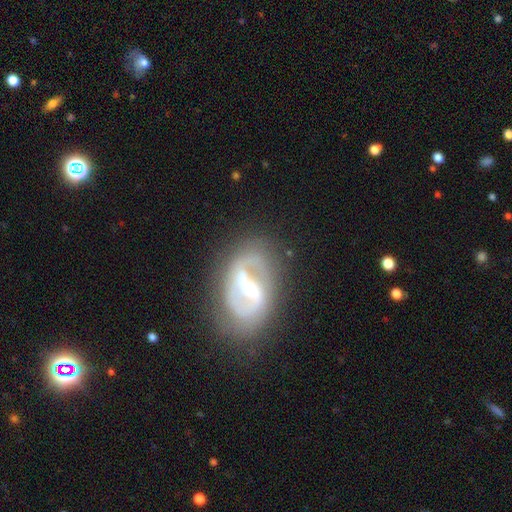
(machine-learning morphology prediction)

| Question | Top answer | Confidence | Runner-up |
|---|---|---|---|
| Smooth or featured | featured or disk | 82% | smooth (11%) |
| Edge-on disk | no | 93% | yes (7%) |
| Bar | strong | 62% | weak (29%) |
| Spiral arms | yes | 80% | no (20%) |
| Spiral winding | medium | 42% | tight (34%) |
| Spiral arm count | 2 | 81% | can't tell (11%) |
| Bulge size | moderate | 47% | small (39%) |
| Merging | none | 79% | minor disturbance (14%) |